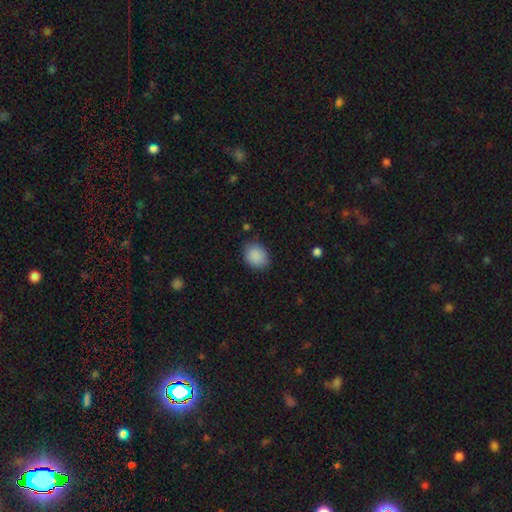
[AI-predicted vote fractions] Morphology: type=smooth (89%); roundness=in between (50%); merging=none (80%).